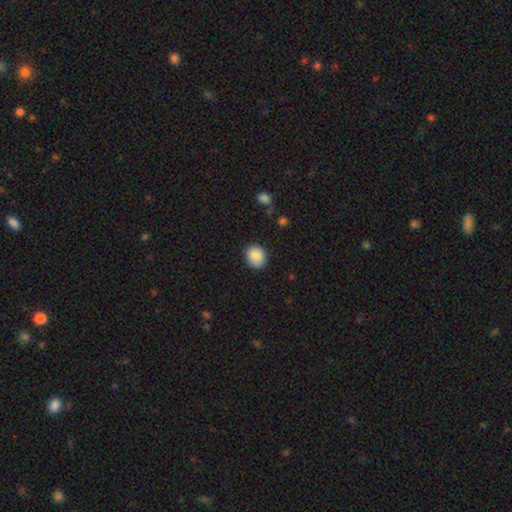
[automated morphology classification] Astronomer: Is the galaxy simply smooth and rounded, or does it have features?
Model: smooth — 87%.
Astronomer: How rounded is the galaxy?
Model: round — 66%.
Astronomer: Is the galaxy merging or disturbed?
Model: none — 85%.